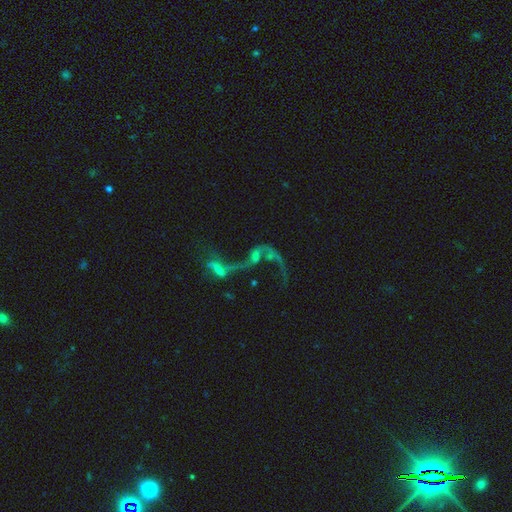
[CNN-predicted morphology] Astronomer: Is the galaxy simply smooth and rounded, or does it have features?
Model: featured or disk — 71%.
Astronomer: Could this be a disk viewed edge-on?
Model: no — 94%.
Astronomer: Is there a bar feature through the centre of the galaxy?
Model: no — 62%.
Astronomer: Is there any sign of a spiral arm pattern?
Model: yes — 65%.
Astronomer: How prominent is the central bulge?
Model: none — 44% (runner-up: small, 30%).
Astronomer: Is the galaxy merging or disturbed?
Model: merger — 57%.